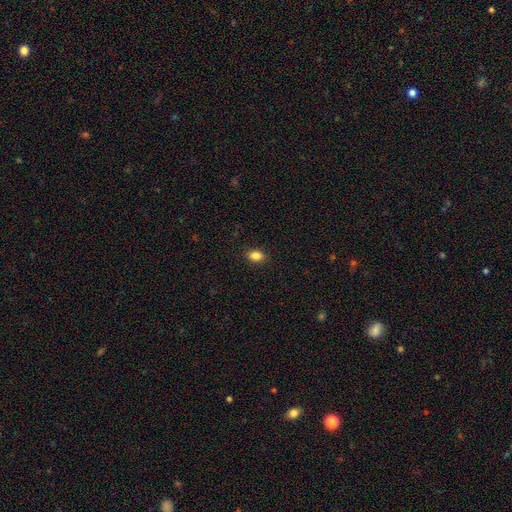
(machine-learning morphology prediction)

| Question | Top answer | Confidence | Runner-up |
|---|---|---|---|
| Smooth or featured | smooth | 86% | star or artifact (9%) |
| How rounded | in between | 83% | round (15%) |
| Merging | none | 89% | minor disturbance (8%) |